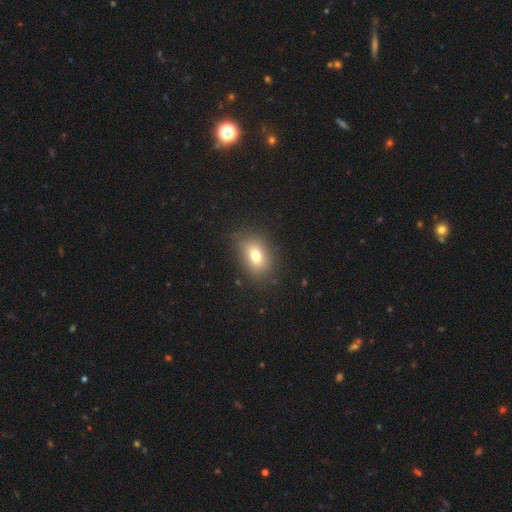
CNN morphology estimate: A smooth galaxy with no disk features (74%) that is in between round and cigar-shaped (73%).

Vote fractions:
- Smooth or featured? smooth: 74% / featured or disk: 13% / star or artifact: 12%
- How rounded? in between: 73% / round: 25% / cigar-shaped: 2%
- Merging? none: 82% / minor disturbance: 12% / major disturbance: 4% / merger: 1%